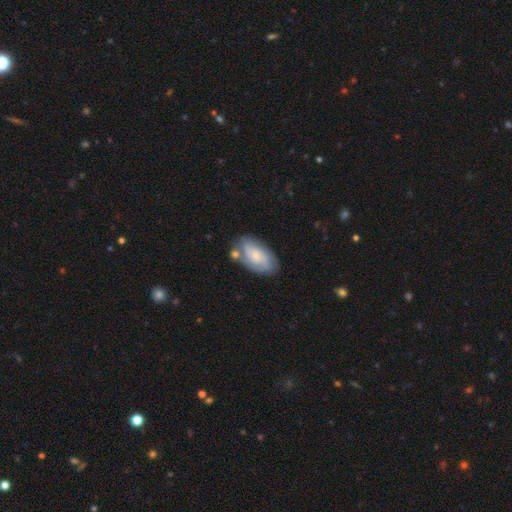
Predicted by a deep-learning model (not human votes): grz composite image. It shows a featured or disk galaxy (57%) with no bar (68%), spiral arms (87%) and a small central bulge (63%). Merging: none (64%).